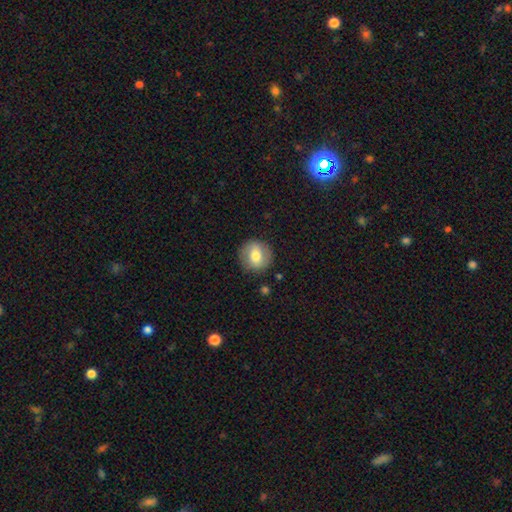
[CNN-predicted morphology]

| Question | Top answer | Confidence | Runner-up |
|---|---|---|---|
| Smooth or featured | smooth | 66% | featured or disk (26%) |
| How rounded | round | 91% | in between (8%) |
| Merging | none | 87% | minor disturbance (8%) |